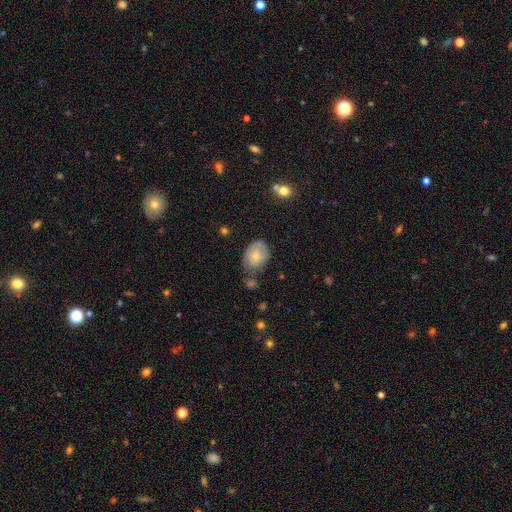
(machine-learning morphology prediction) smooth 71%, featured or disk 22%, star or artifact 8%. Down the decision tree: how rounded — in between (73%); merging — none (55%).